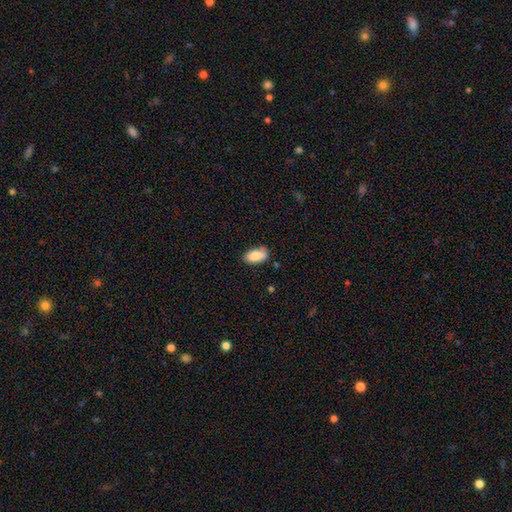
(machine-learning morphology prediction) Overall: smooth (84%). How rounded: in between (93%). Merging: none (73%).